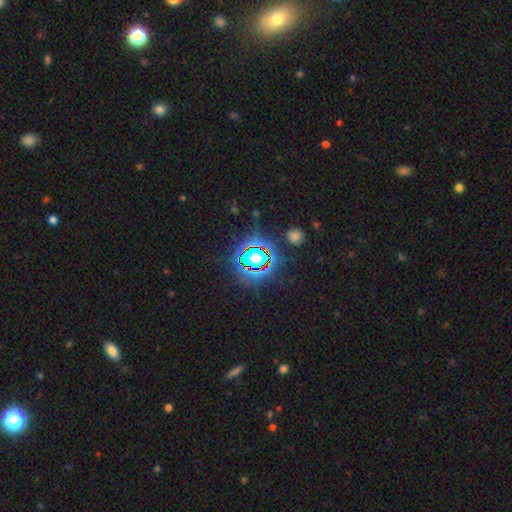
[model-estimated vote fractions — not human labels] The model was most divided on "smooth or featured": star or artifact: 79%, smooth: 13%, featured or disk: 8%.